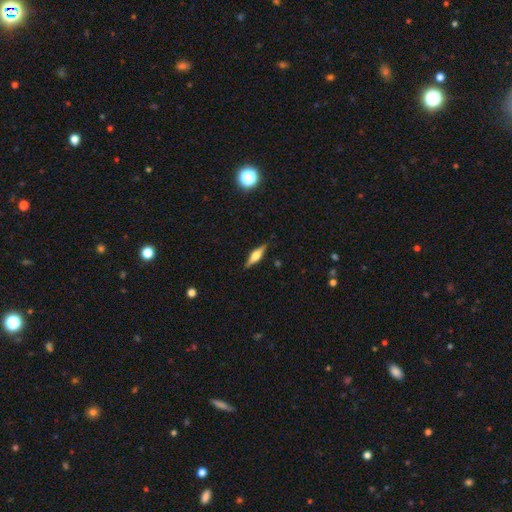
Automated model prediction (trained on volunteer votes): Smooth or featured? Predicted: featured or disk (p=0.65). Edge-on disk? Predicted: yes (p=0.97). Edge-on bulge? Predicted: rounded (p=0.89). Merging? Predicted: none (p=0.89).